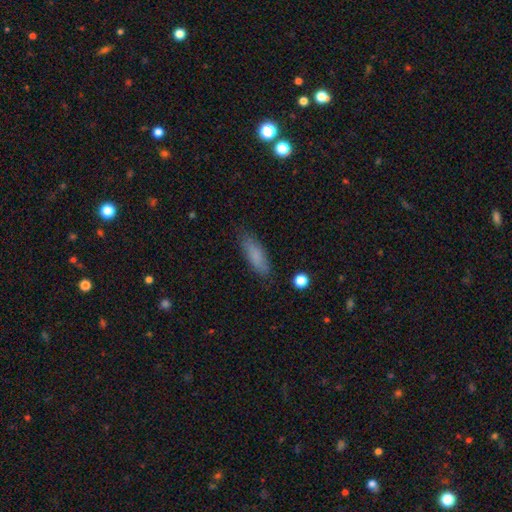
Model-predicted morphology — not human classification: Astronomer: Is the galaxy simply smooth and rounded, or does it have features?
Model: smooth — 81%.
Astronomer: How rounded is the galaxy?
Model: in between — 50% (runner-up: cigar-shaped, 48%).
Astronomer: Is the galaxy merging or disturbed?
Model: none — 82%.